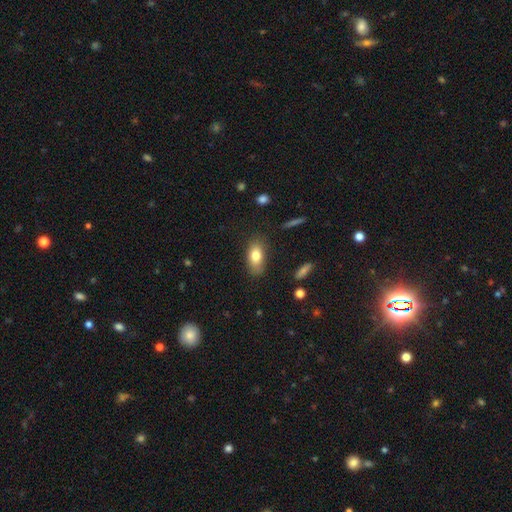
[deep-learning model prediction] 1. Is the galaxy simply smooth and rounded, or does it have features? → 78% smooth, 14% featured or disk, 8% star or artifact.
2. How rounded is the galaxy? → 88% in between, 6% round, 6% cigar-shaped.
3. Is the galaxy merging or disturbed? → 77% none, 17% minor disturbance, 4% major disturbance, 2% merger.